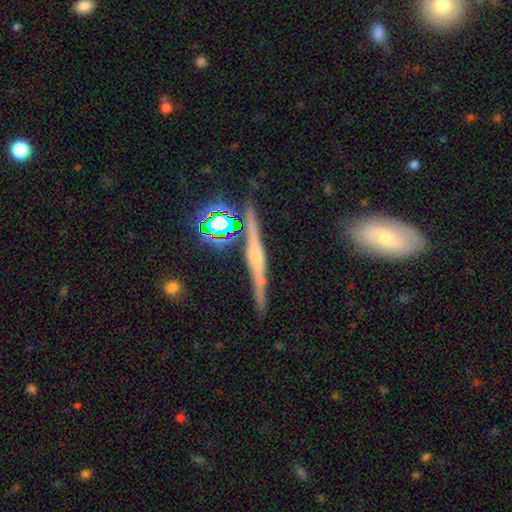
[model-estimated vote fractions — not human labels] Overall: featured or disk (66%). Edge-on disk: yes (97%). Edge-on bulge: rounded (67%). Merging: none (86%).